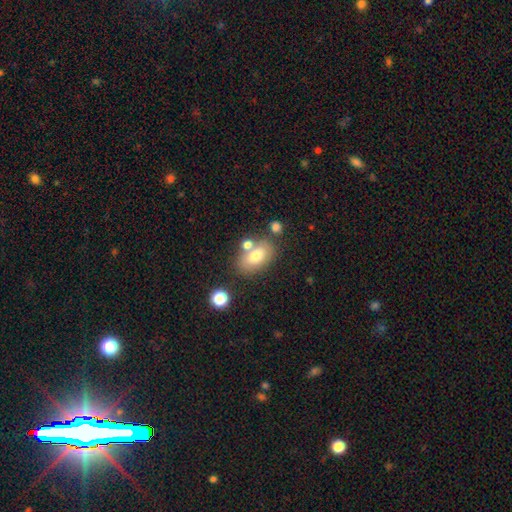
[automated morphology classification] A smooth galaxy with no disk features (73%) that is in between round and cigar-shaped (86%). Merging: none (65%).